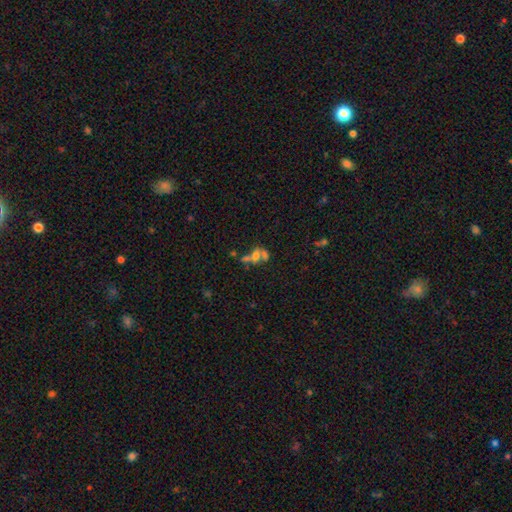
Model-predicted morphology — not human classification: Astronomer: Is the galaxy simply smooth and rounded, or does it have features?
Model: smooth — 43% (runner-up: featured or disk, 37%).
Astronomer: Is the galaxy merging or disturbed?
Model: merger — 52%.